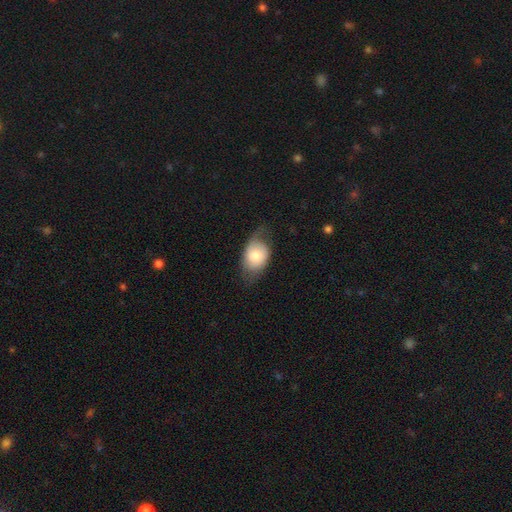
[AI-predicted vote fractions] A smooth galaxy with no disk features (69%) that is in between round and cigar-shaped (78%). Merging: none (53%).